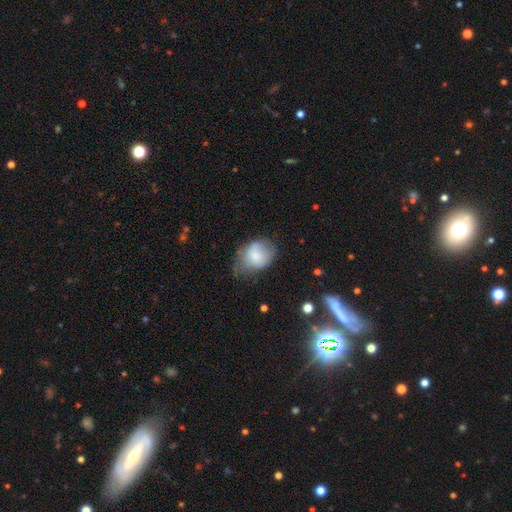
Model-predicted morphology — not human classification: This appears to be a smooth galaxy with no disk features (75%) that is in between round and cigar-shaped (64%). Merging: none (44%).